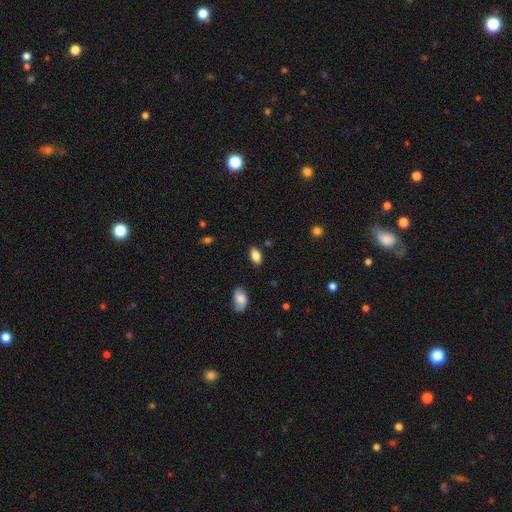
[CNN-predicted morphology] A smooth galaxy with no disk features (85%) that is in between round and cigar-shaped (91%).

Vote fractions:
- Smooth or featured? smooth: 85% / star or artifact: 8% / featured or disk: 7%
- How rounded? in between: 91% / cigar-shaped: 4% / round: 4%
- Merging? none: 85% / minor disturbance: 11% / major disturbance: 2% / merger: 2%